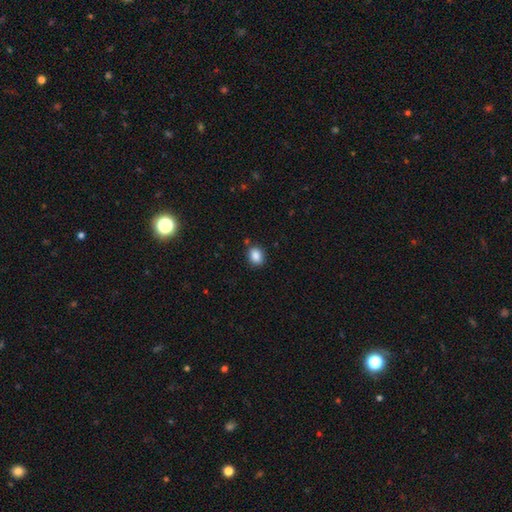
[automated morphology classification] Smooth or featured? smooth (88%)
How rounded? in between (64%)
Merging? none (85%)